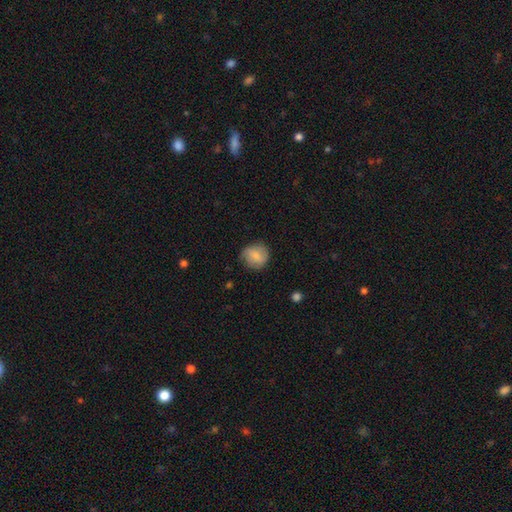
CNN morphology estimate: smooth-or-featured: smooth: 74% | featured or disk: 18% | star or artifact: 7%
  how-rounded: round: 84% | in between: 15% | cigar-shaped: 1%
  merging: none: 76% | minor disturbance: 18% | major disturbance: 5% | merger: 1%